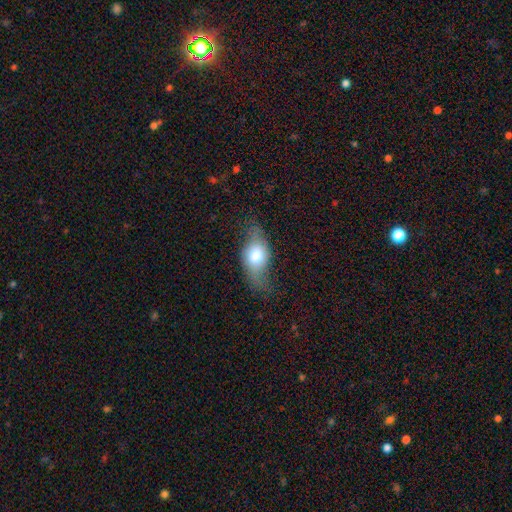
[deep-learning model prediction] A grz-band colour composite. It shows a smooth galaxy with no disk features (58%) that is in between round and cigar-shaped (82%). Merging: none (50%).